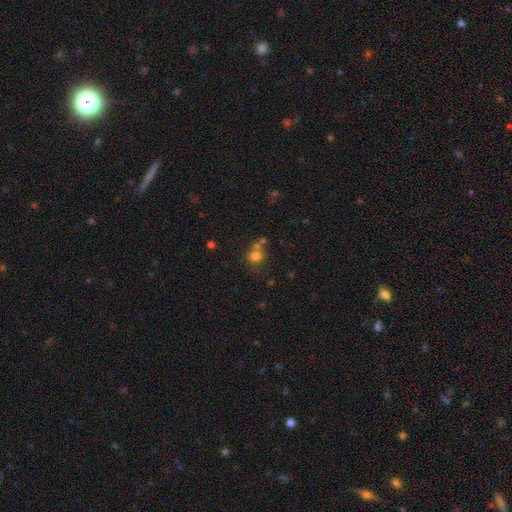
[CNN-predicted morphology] A smooth galaxy with no disk features (74%) that is round (85%). Merging: none (58%).